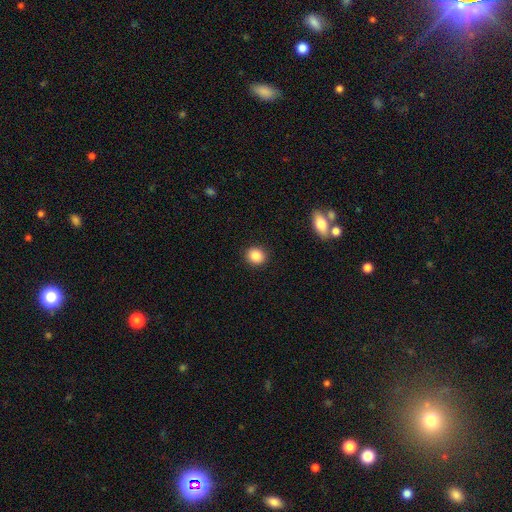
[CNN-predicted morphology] This appears to be a smooth galaxy with no disk features (87%) that is round (84%). Merging: none (91%).